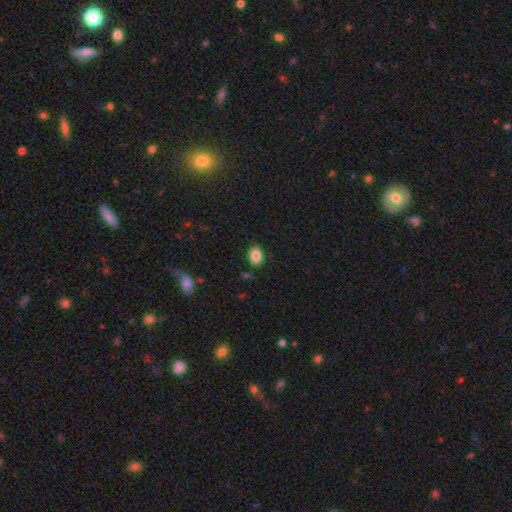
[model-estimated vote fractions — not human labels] Smooth or featured: smooth — 85% (star or artifact — 8%)
How rounded: in between — 75% (round — 24%)
Merging: none — 87% (minor disturbance — 9%)